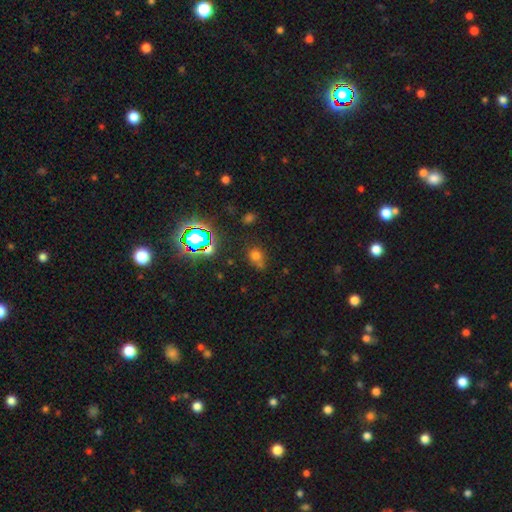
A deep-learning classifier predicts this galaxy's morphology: A smooth galaxy with no disk features (65%) that is round (65%). Merging: none (58%).